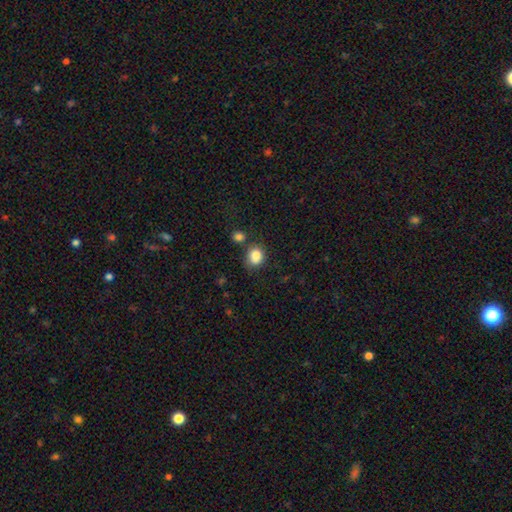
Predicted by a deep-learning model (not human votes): smooth_or_featured: smooth (p=0.84) [alt: star or artifact p=0.10]
how_rounded: round (p=0.67) [alt: in between p=0.32]
merging: none (p=0.62) [alt: minor disturbance p=0.18]